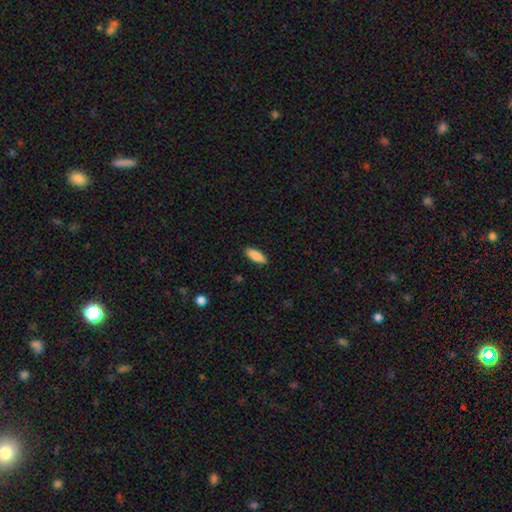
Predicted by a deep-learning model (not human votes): A smooth galaxy with no disk features (89%) that is in between round and cigar-shaped (63%). Merging: none (90%).